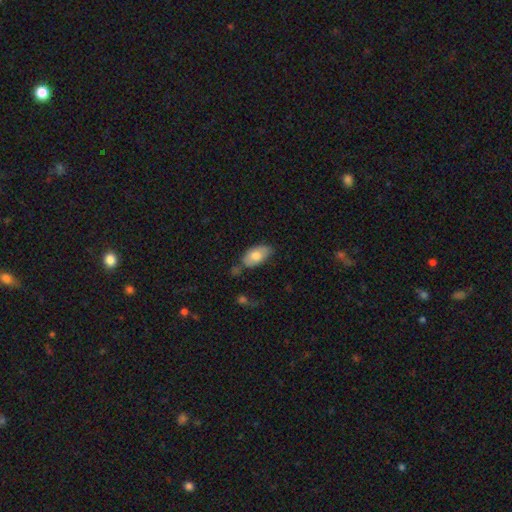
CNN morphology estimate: A smooth galaxy with no disk features (73%) that is in between round and cigar-shaped (93%).

Vote fractions:
- Smooth or featured? smooth: 73% / featured or disk: 20% / star or artifact: 6%
- How rounded? in between: 93% / round: 4% / cigar-shaped: 3%
- Merging? none: 65% / minor disturbance: 22% / merger: 8% / major disturbance: 5%